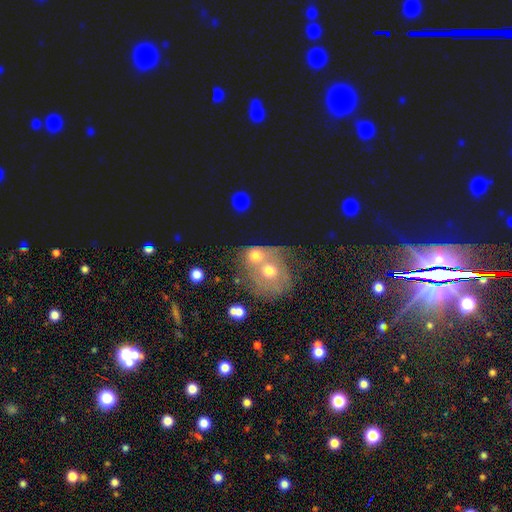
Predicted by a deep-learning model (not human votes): Smooth or featured? smooth (50%)
Merging? merger (65%)